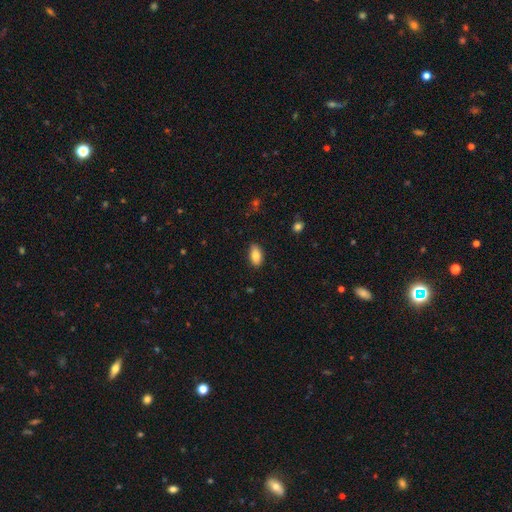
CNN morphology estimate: A smooth galaxy with no disk features (87%) that is in between round and cigar-shaped (93%).

Vote fractions:
- Smooth or featured? smooth: 87% / star or artifact: 7% / featured or disk: 6%
- How rounded? in between: 93% / round: 4% / cigar-shaped: 3%
- Merging? none: 83% / minor disturbance: 13% / major disturbance: 2% / merger: 1%